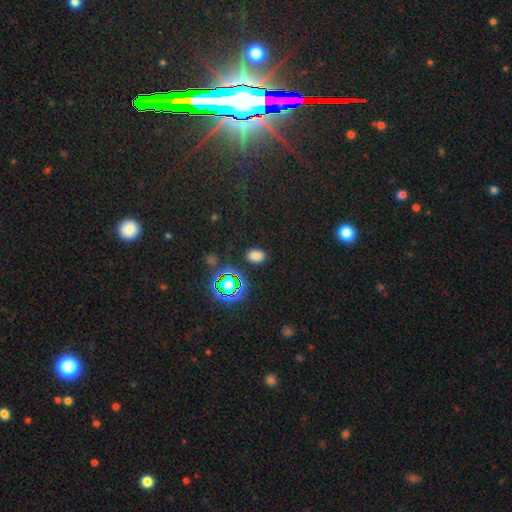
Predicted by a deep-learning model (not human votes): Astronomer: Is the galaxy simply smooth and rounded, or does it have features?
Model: smooth — 72%.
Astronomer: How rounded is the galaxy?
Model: in between — 82%.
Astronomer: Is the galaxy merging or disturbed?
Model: none — 86%.